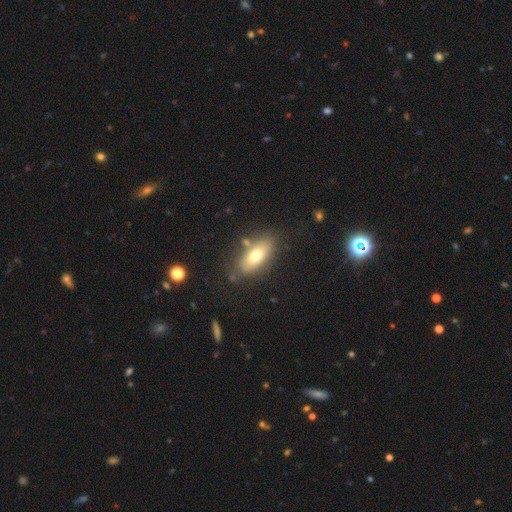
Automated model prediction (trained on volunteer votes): smooth-or-featured: smooth: 68% | featured or disk: 24% | star or artifact: 8%
  how-rounded: in between: 81% | cigar-shaped: 15% | round: 4%
  merging: none: 76% | minor disturbance: 14% | merger: 6% | major disturbance: 4%